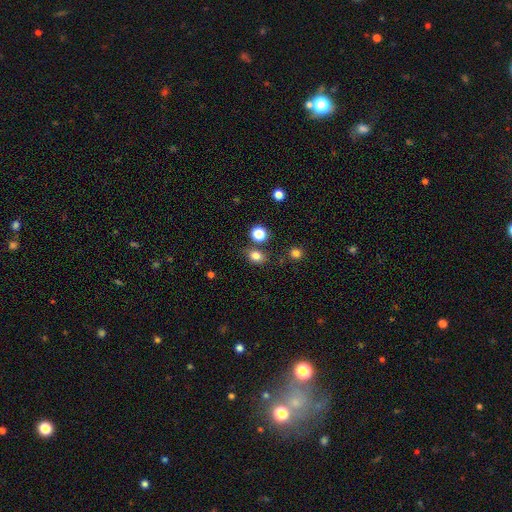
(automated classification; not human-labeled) This is likely a smooth galaxy (80%). How rounded: possibly in between (49%, tied with round). Merging: likely none (74%).